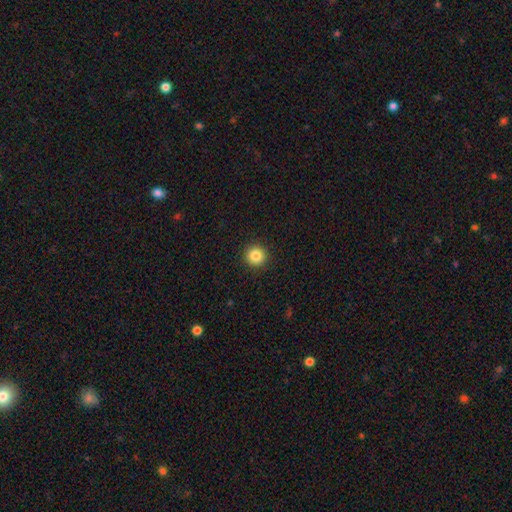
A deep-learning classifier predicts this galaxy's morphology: Smooth or featured?
  - smooth: 84% *
  - star or artifact: 11%
  - featured or disk: 5%
How rounded?
  - round: 95% *
  - in between: 4%
  - cigar-shaped: 1%
Merging?
  - none: 93% *
  - minor disturbance: 4%
  - major disturbance: 2%
  - merger: 1%